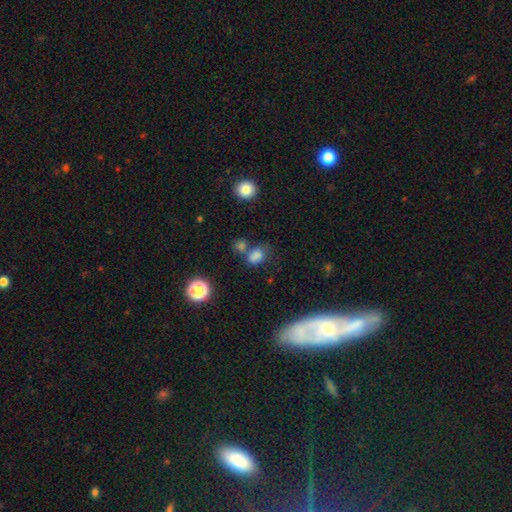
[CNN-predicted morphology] Smooth or featured? smooth (77%)
How rounded? in between (68%)
Merging? none (51%)